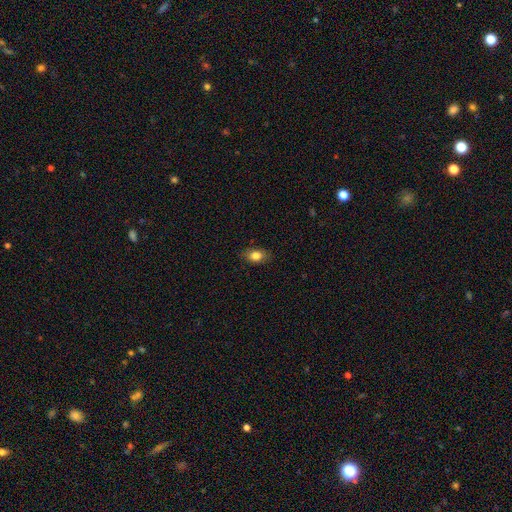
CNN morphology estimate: Overall: smooth (82%). How rounded: in between (84%). Merging: none (85%).